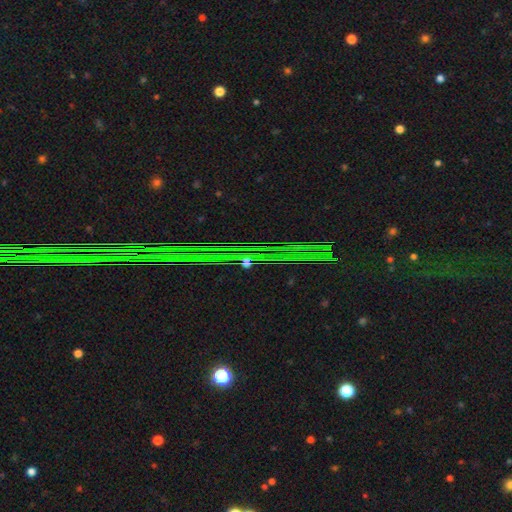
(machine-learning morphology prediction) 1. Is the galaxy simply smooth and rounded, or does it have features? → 84% star or artifact, 9% featured or disk, 7% smooth.